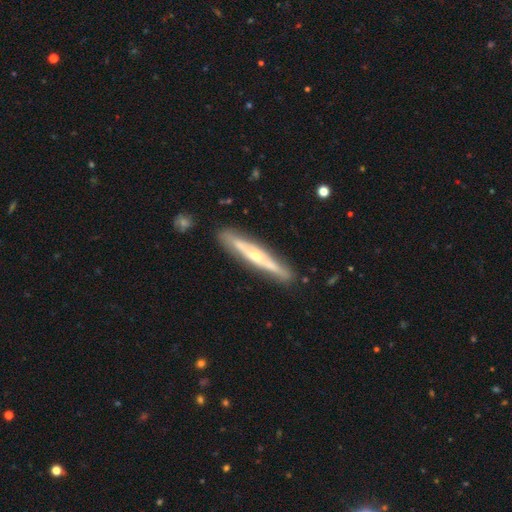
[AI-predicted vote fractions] smooth-or-featured: featured or disk: 71% | smooth: 24% | star or artifact: 5%
  disk-edge-on: yes: 81% | no: 19%
    edge-on-bulge: rounded: 78% | none: 18% | boxy: 4%
  merging: none: 85% | minor disturbance: 11% | major disturbance: 2% | merger: 2%